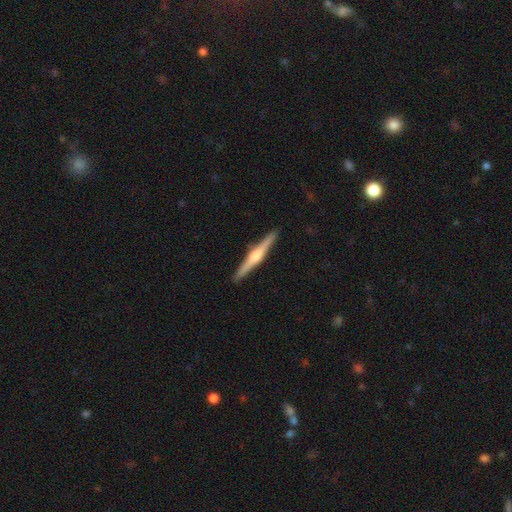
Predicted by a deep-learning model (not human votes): This is likely a featured or disk galaxy (74%). It is clearly viewed edge-on (98%). Edge-on bulge: clearly rounded (83%). Merging: clearly none (92%).